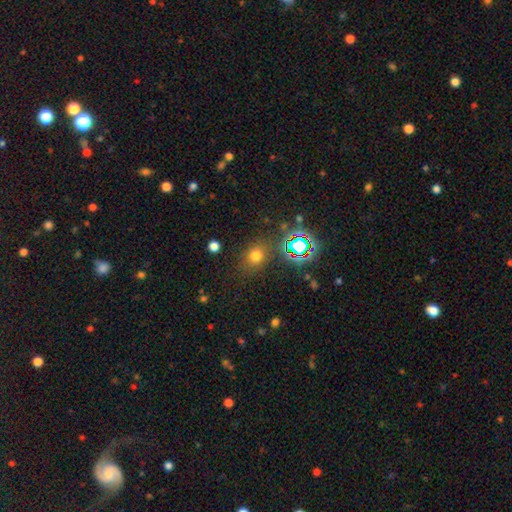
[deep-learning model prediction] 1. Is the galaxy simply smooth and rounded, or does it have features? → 68% smooth, 25% star or artifact, 8% featured or disk.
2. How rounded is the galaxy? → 69% round, 30% in between, 1% cigar-shaped.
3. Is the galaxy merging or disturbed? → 80% none, 12% minor disturbance, 5% major disturbance, 4% merger.